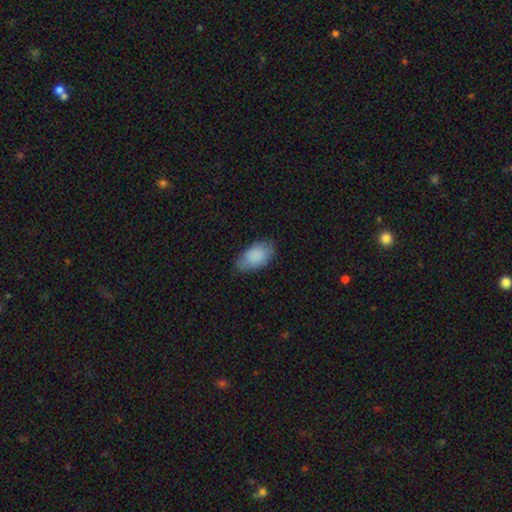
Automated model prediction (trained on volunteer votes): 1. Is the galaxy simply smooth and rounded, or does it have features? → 88% smooth, 6% star or artifact, 6% featured or disk.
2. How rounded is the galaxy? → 94% in between, 4% round, 2% cigar-shaped.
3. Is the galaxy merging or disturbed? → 75% none, 20% minor disturbance, 4% major disturbance, 1% merger.